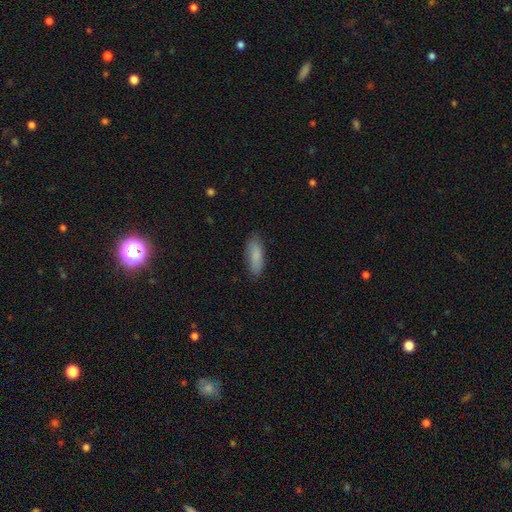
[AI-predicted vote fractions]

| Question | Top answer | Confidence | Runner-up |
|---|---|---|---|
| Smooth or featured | smooth | 85% | featured or disk (9%) |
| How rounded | in between | 66% | cigar-shaped (32%) |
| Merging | none | 83% | minor disturbance (13%) |